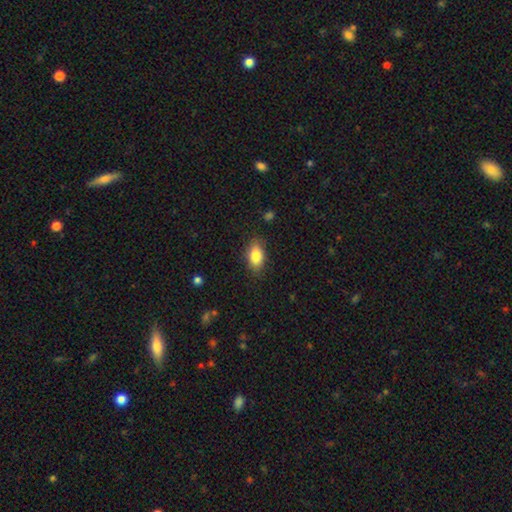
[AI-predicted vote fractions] The model was most divided on "merging": none: 84%, minor disturbance: 12%, major disturbance: 3%, merger: 1%. More confident: how rounded — in between (88%); smooth or featured — smooth (83%).